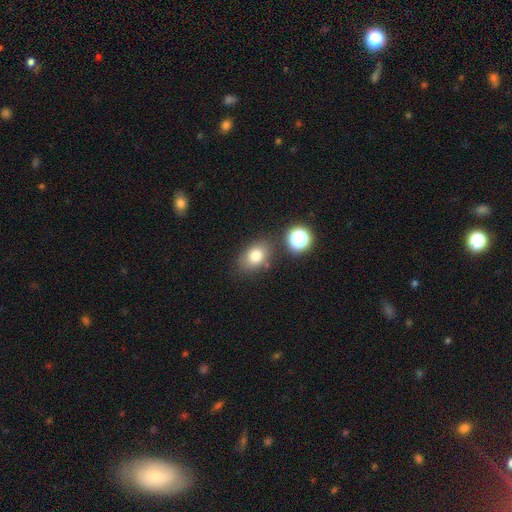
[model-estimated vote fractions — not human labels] This appears to be a smooth galaxy with no disk features (78%) that is in between round and cigar-shaped (71%). Merging: none (75%).